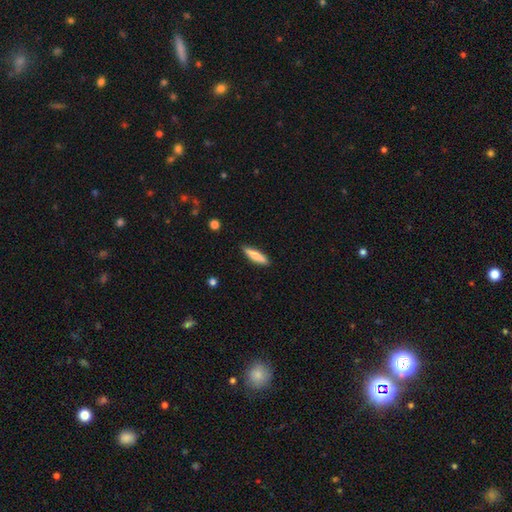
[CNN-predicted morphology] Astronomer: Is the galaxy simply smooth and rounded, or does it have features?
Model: smooth — 73%.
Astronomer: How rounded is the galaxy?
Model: cigar-shaped — 79%.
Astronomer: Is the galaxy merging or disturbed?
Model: none — 87%.